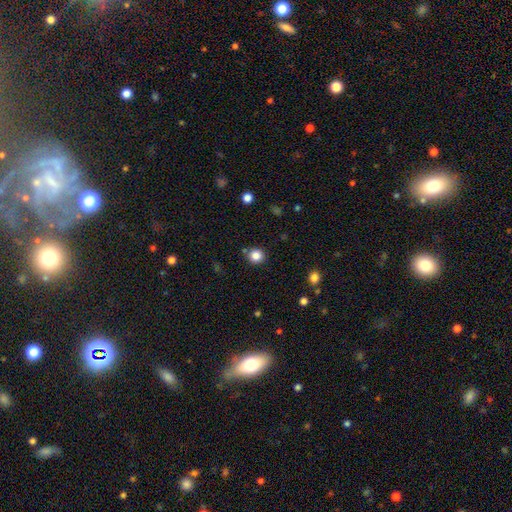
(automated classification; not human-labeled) This appears to be a smooth galaxy with no disk features (83%) that is round (91%). Merging: none (86%).